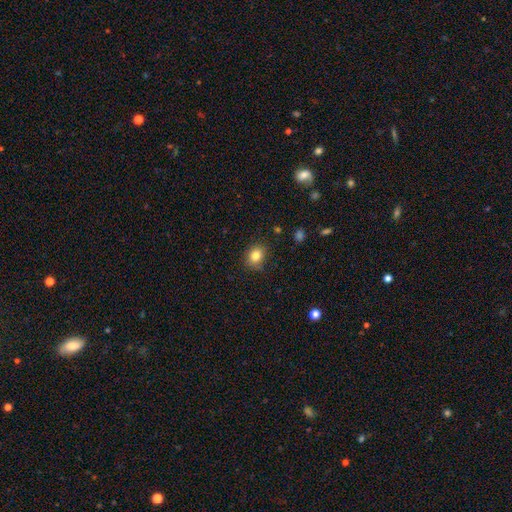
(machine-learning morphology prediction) Overall: smooth (82%). How rounded: round (53%; in between 46%). Merging: none (82%).